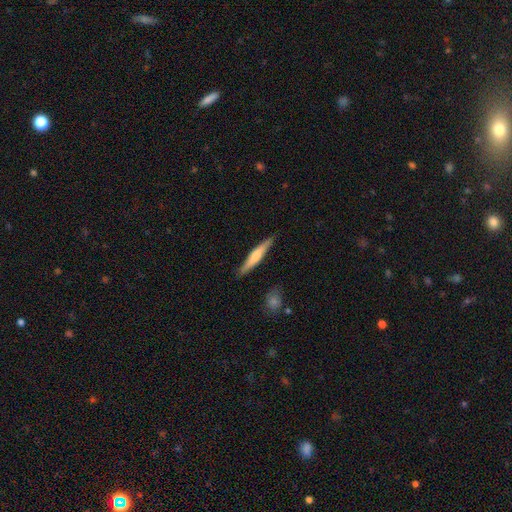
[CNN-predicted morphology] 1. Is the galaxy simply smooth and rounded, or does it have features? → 53% smooth, 41% featured or disk, 5% star or artifact.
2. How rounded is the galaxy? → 91% cigar-shaped, 7% in between, 1% round.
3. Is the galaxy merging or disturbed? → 88% none, 9% minor disturbance, 2% major disturbance, 1% merger.